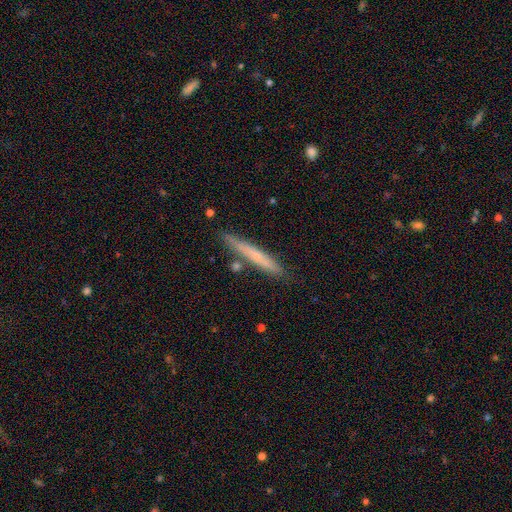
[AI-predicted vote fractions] Smooth or featured?
  - smooth: 63% *
  - featured or disk: 31%
  - star or artifact: 6%
How rounded?
  - cigar-shaped: 96% *
  - in between: 3%
  - round: 1%
Merging?
  - none: 84% *
  - minor disturbance: 11%
  - merger: 4%
  - major disturbance: 2%